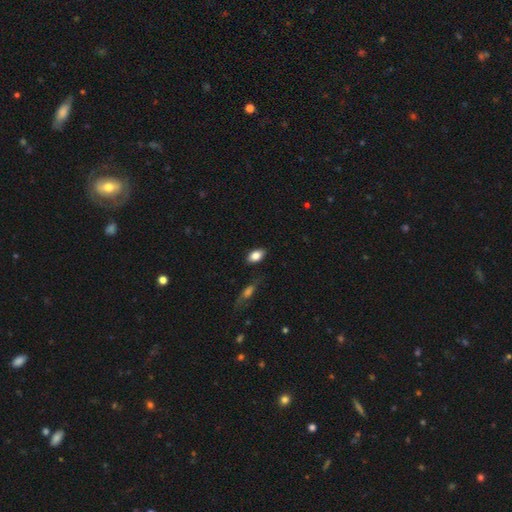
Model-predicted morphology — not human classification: The model was most divided on "merging": none: 83%, minor disturbance: 12%, major disturbance: 3%, merger: 3%. More confident: how rounded — in between (89%); smooth or featured — smooth (83%).